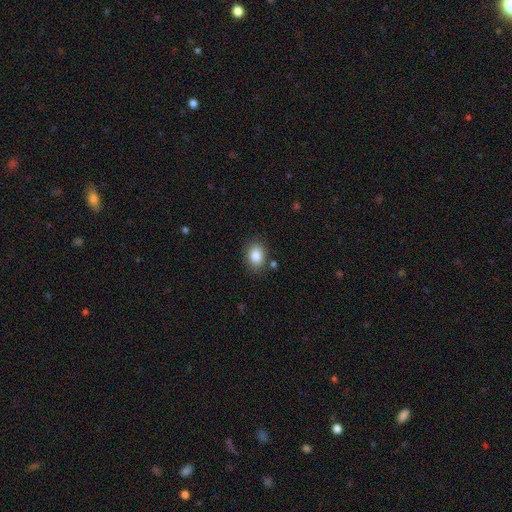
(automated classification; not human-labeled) This is clearly a smooth galaxy (85%). How rounded: possibly in between (55%). Merging: clearly none (83%).